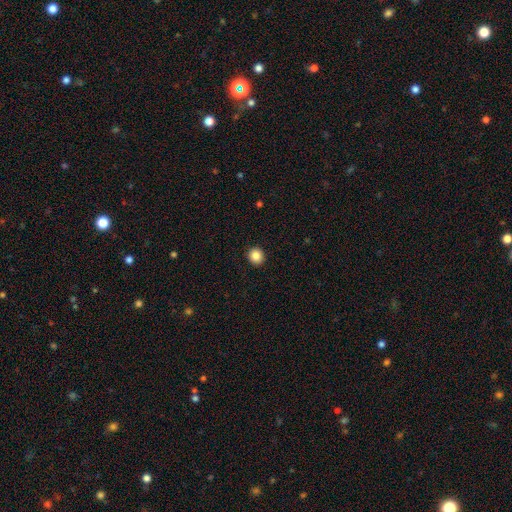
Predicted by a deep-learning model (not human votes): smooth-or-featured: smooth: 85% | star or artifact: 10% | featured or disk: 5%
  how-rounded: round: 88% | in between: 12% | cigar-shaped: 1%
  merging: none: 93% | minor disturbance: 5% | major disturbance: 2% | merger: 1%